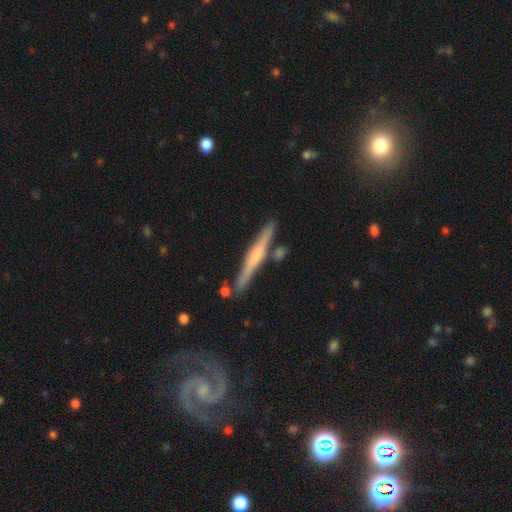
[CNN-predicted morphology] A featured or disk galaxy (62%) viewed edge-on (97%) with a rounded central bulge (59%). Merging: none (83%).